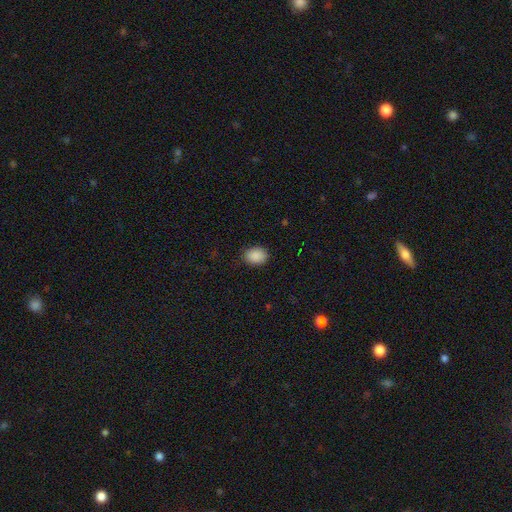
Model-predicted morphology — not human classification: Q: Smooth or featured?
A: smooth (89%); runner-up: star or artifact (8%)
Q: How rounded?
A: in between (65%); runner-up: round (34%)
Q: Merging?
A: none (86%); runner-up: minor disturbance (11%)